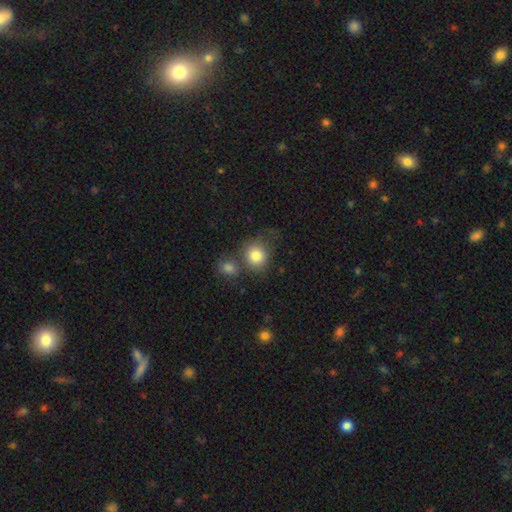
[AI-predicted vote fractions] Smooth or featured? Predicted: smooth (p=0.82). How rounded? Predicted: round (p=0.80). Merging? Predicted: none (p=0.50).